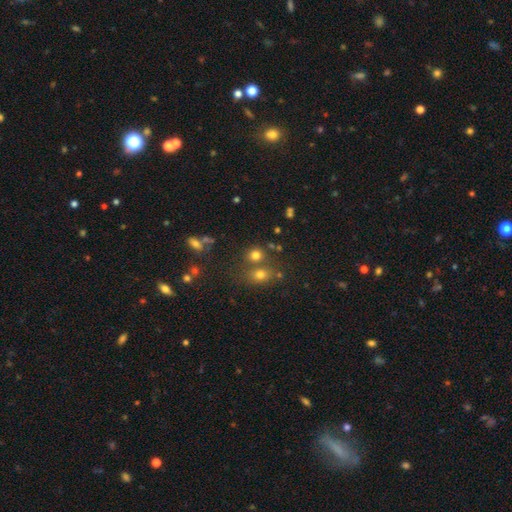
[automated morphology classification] Overall: smooth (72%). How rounded: round (75%). Merging: none (60%; merger 27%).